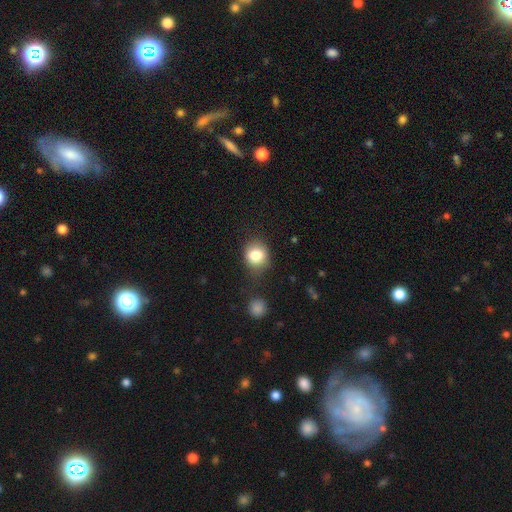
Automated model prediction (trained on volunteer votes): smooth-or-featured: smooth: 80% | star or artifact: 10% | featured or disk: 10%
  how-rounded: round: 70% | in between: 29% | cigar-shaped: 1%
  merging: none: 73% | minor disturbance: 18% | major disturbance: 6% | merger: 4%